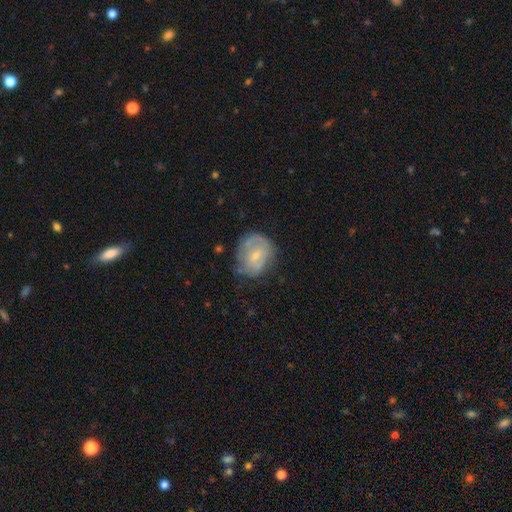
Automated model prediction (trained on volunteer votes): Smooth or featured? featured or disk (55%)
Edge-on disk? no (97%)
Bar? no (60%)
Spiral arms? yes (61%)
Bulge size? small (65%)
Merging? none (56%)